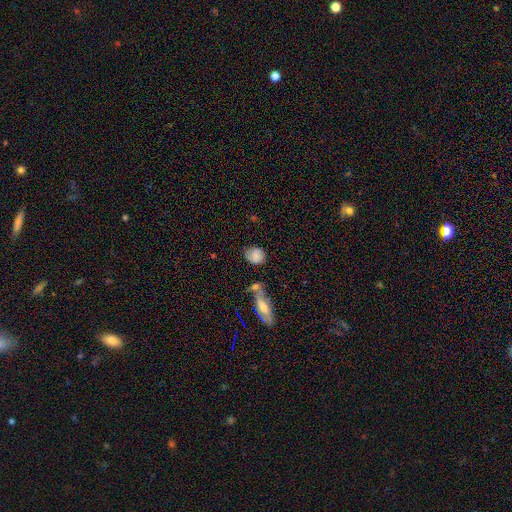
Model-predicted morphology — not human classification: This appears to be a smooth galaxy with no disk features (70%) that is round (60%). Merging: none (56%).